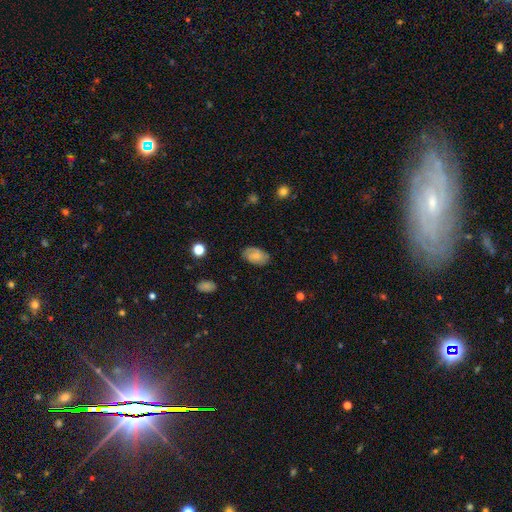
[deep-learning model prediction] A featured or disk galaxy (46%).

Vote fractions:
- Smooth or featured? featured or disk: 46% / smooth: 45% / star or artifact: 9%
- Merging? none: 78% / minor disturbance: 16% / major disturbance: 4% / merger: 1%